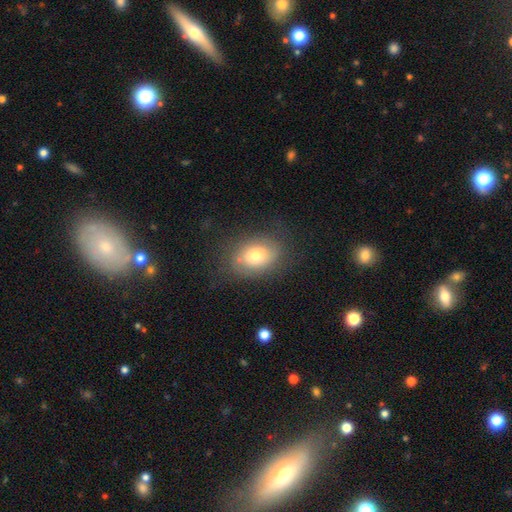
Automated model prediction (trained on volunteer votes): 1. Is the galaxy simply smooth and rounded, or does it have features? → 67% smooth, 24% featured or disk, 9% star or artifact.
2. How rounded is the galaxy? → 73% in between, 25% round, 1% cigar-shaped.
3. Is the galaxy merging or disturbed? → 71% none, 19% minor disturbance, 8% major disturbance, 2% merger.